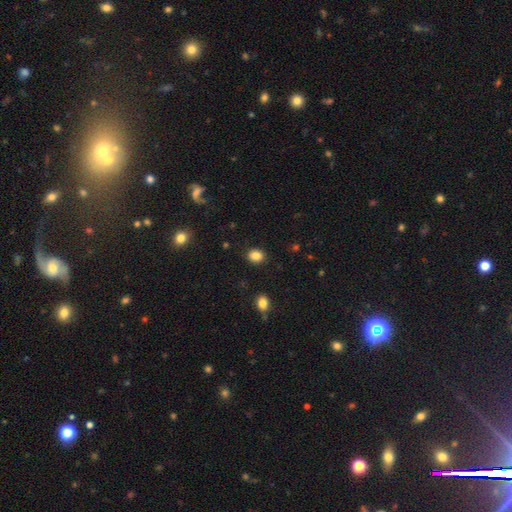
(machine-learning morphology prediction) Smooth or featured?
  - smooth: 86% *
  - star or artifact: 10%
  - featured or disk: 5%
How rounded?
  - round: 53% *
  - in between: 46%
  - cigar-shaped: 1%
Merging?
  - none: 89% *
  - minor disturbance: 8%
  - major disturbance: 2%
  - merger: 1%